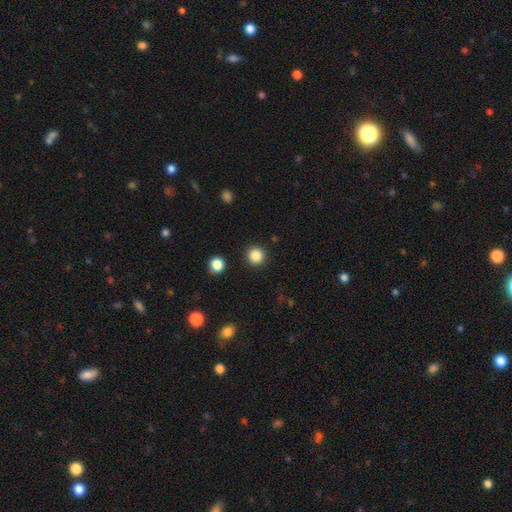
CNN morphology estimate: Smooth or featured?
  - smooth: 86% *
  - star or artifact: 11%
  - featured or disk: 3%
How rounded?
  - round: 95% *
  - in between: 4%
  - cigar-shaped: 1%
Merging?
  - none: 92% *
  - minor disturbance: 5%
  - major disturbance: 2%
  - merger: 1%